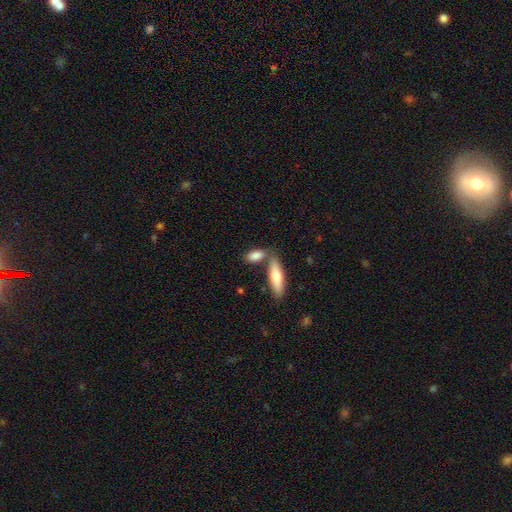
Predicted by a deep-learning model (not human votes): Q: Smooth or featured?
A: smooth (80%); runner-up: featured or disk (14%)
Q: How rounded?
A: in between (72%); runner-up: cigar-shaped (24%)
Q: Merging?
A: none (55%); runner-up: merger (29%)